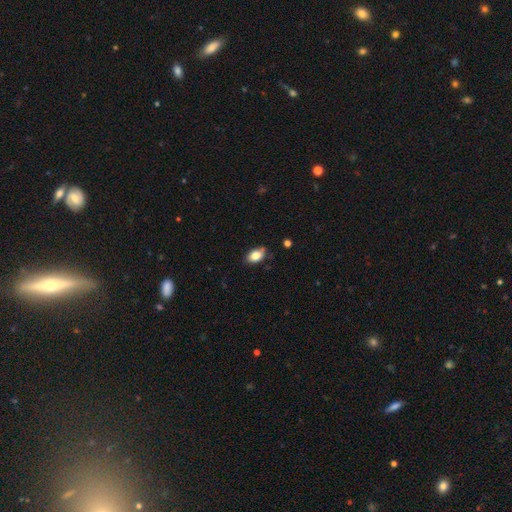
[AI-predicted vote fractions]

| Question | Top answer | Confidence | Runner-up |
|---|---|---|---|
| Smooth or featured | smooth | 83% | featured or disk (9%) |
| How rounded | in between | 89% | round (9%) |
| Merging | none | 73% | minor disturbance (22%) |